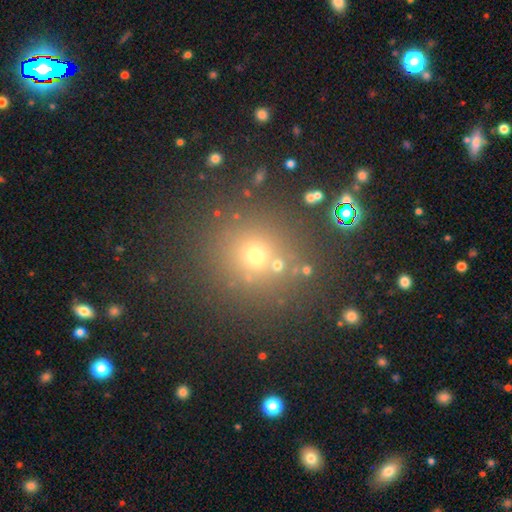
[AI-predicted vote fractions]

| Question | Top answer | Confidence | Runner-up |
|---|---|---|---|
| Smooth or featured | smooth | 58% | star or artifact (33%) |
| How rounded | round | 92% | in between (7%) |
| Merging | none | 81% | minor disturbance (8%) |